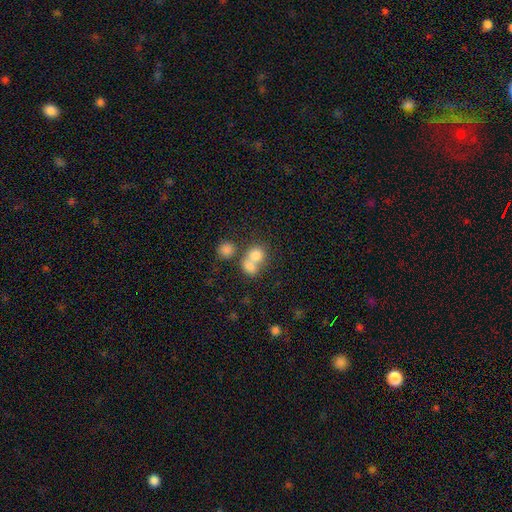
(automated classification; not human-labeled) A smooth galaxy with no disk features (77%) that is round (69%).

Vote fractions:
- Smooth or featured? smooth: 77% / featured or disk: 12% / star or artifact: 11%
- How rounded? round: 69% / in between: 30% / cigar-shaped: 1%
- Merging? merger: 57% / none: 32% / minor disturbance: 7% / major disturbance: 4%